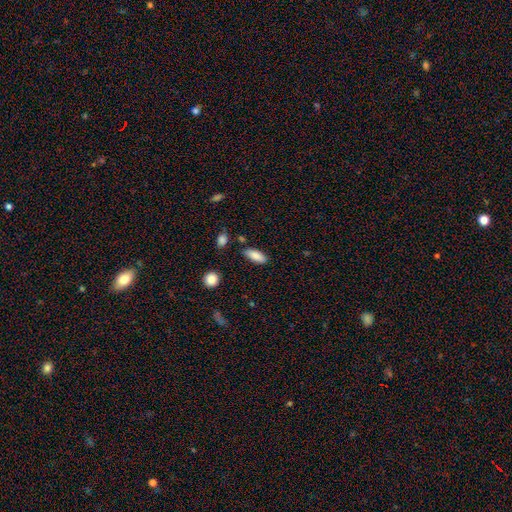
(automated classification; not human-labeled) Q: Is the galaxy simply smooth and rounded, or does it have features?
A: smooth — 86%.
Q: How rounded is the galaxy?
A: in between — 79%.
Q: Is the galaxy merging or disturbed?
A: none — 80%.